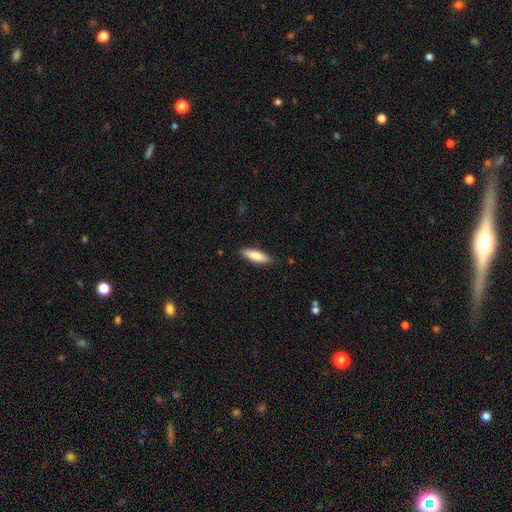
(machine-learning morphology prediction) Smooth or featured?
  - smooth: 81% *
  - featured or disk: 13%
  - star or artifact: 6%
How rounded?
  - cigar-shaped: 53% *
  - in between: 45%
  - round: 2%
Merging?
  - none: 87% *
  - minor disturbance: 10%
  - major disturbance: 2%
  - merger: 1%